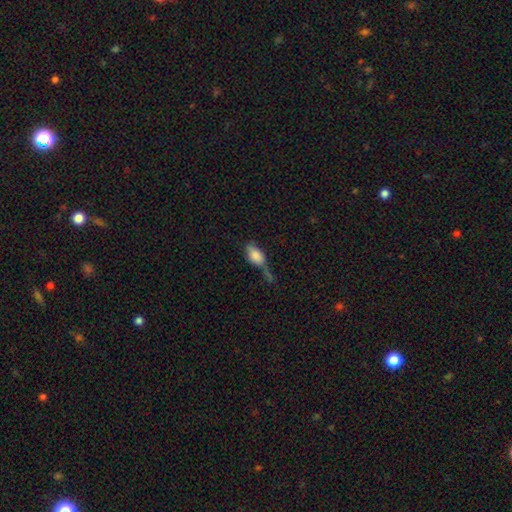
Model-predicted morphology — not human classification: This appears to be a smooth galaxy with no disk features (77%) that is in between round and cigar-shaped (87%). Merging: minor disturbance (28%).